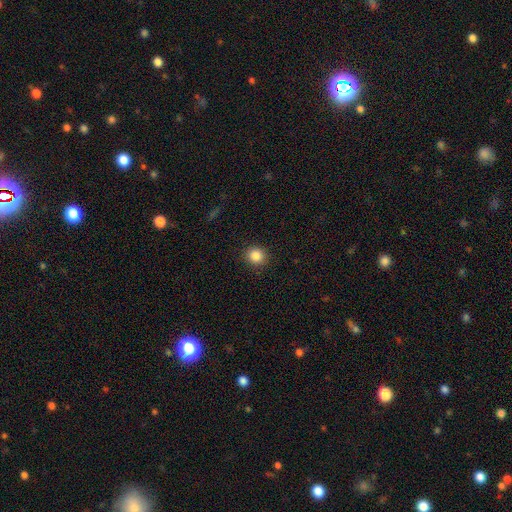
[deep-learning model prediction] Smooth or featured: smooth — 86% (star or artifact — 10%)
How rounded: round — 86% (in between — 13%)
Merging: none — 90% (minor disturbance — 7%)